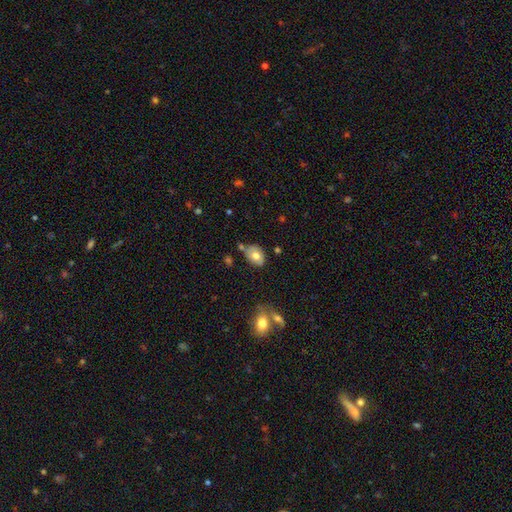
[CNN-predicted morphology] Overall: smooth (71%). How rounded: in between (72%). Merging: none (62%; minor disturbance 23%).